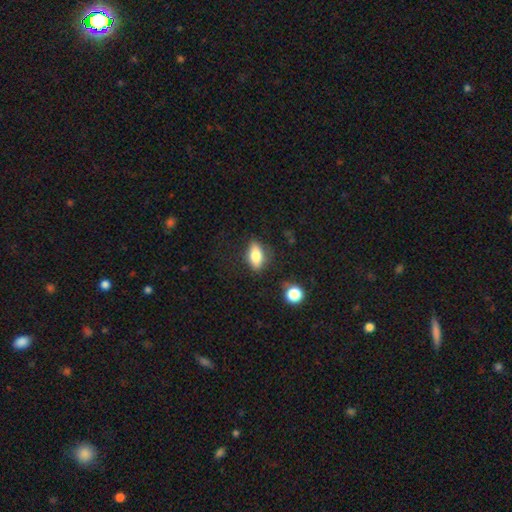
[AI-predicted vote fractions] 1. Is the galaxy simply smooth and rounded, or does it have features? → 75% smooth, 16% featured or disk, 9% star or artifact.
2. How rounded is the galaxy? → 82% in between, 11% cigar-shaped, 7% round.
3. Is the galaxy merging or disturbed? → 77% none, 16% minor disturbance, 5% major disturbance, 2% merger.